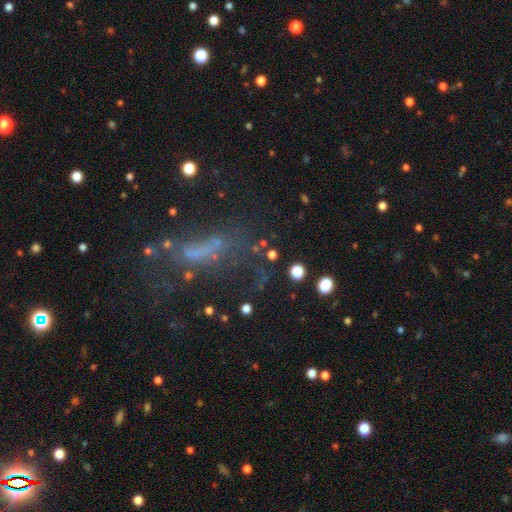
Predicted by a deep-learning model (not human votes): This appears to be a featured or disk galaxy (36%). Merging: none (47%).